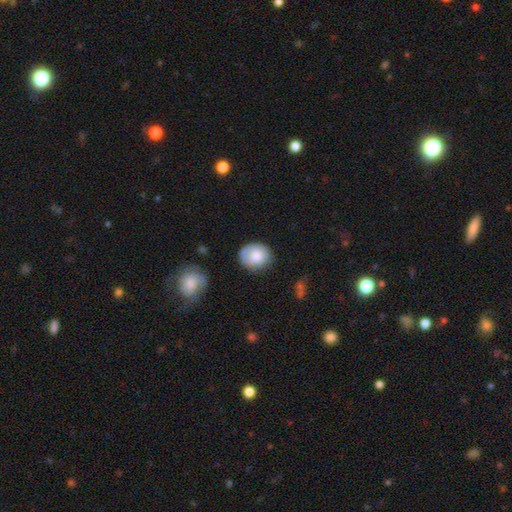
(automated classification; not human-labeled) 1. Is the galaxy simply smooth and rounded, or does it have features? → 76% smooth, 17% featured or disk, 7% star or artifact.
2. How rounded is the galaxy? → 72% round, 27% in between, 1% cigar-shaped.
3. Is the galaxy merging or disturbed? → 71% none, 21% minor disturbance, 5% major disturbance, 2% merger.